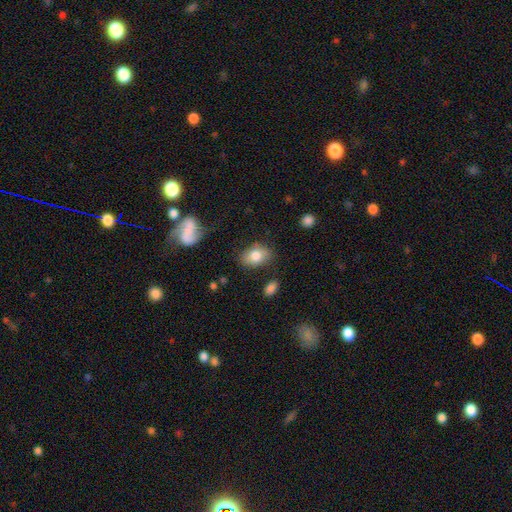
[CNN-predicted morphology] Smooth or featured?
  - smooth: 79% *
  - featured or disk: 13%
  - star or artifact: 8%
How rounded?
  - in between: 80% *
  - round: 19%
  - cigar-shaped: 1%
Merging?
  - none: 76% *
  - minor disturbance: 17%
  - major disturbance: 4%
  - merger: 3%